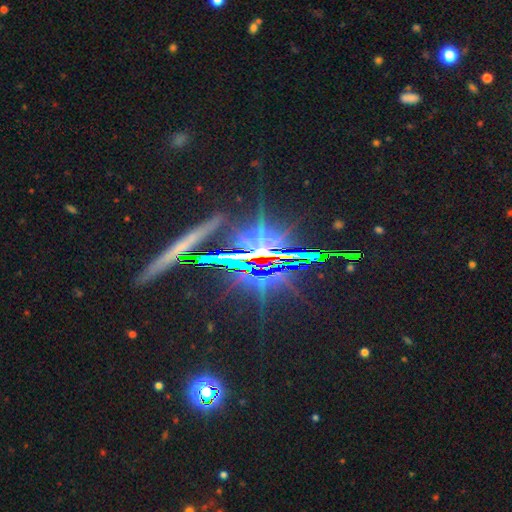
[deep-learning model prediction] Smooth or featured? star or artifact (75%)